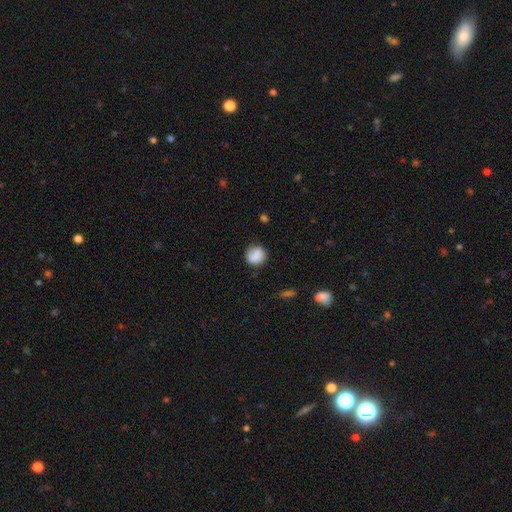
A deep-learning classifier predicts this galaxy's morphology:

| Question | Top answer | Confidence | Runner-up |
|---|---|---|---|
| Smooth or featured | smooth | 84% | featured or disk (8%) |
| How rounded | round | 88% | in between (11%) |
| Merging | none | 81% | minor disturbance (13%) |